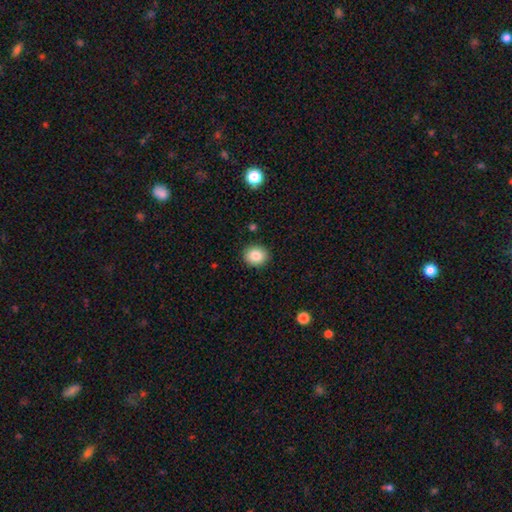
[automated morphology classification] Smooth or featured?
  - smooth: 84% *
  - star or artifact: 10%
  - featured or disk: 6%
How rounded?
  - round: 73% *
  - in between: 26%
  - cigar-shaped: 1%
Merging?
  - none: 91% *
  - minor disturbance: 6%
  - major disturbance: 2%
  - merger: 1%